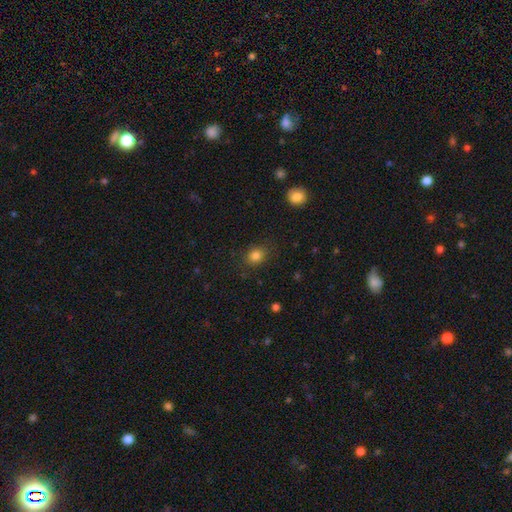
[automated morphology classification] Q: Smooth or featured?
A: smooth (82%); runner-up: star or artifact (12%)
Q: How rounded?
A: round (58%); runner-up: in between (41%)
Q: Merging?
A: none (84%); runner-up: minor disturbance (11%)